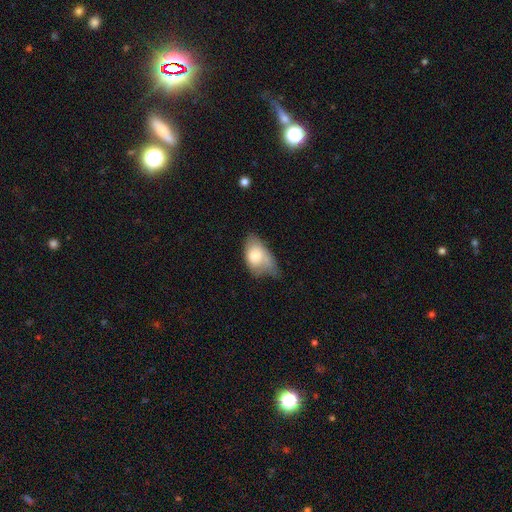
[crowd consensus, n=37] Morphology: type=smooth (78%); roundness=in between (93%); merging=minor disturbance (39%).